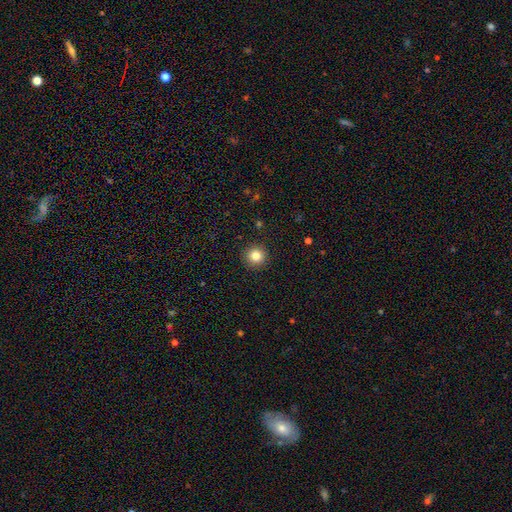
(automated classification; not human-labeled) Q: Smooth or featured?
A: smooth (83%); runner-up: star or artifact (11%)
Q: How rounded?
A: round (95%); runner-up: in between (4%)
Q: Merging?
A: none (92%); runner-up: minor disturbance (5%)